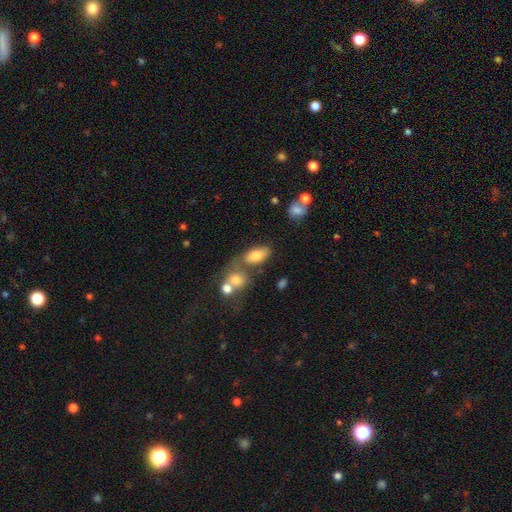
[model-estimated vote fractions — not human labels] Smooth or featured? Predicted: smooth (p=0.79). How rounded? Predicted: in between (p=0.89). Merging? Predicted: none (p=0.48).